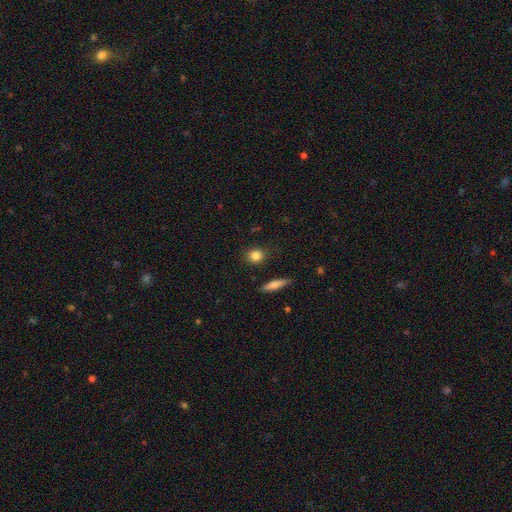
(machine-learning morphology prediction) Overall: smooth (84%). How rounded: round (66%; in between 29%). Merging: none (86%).